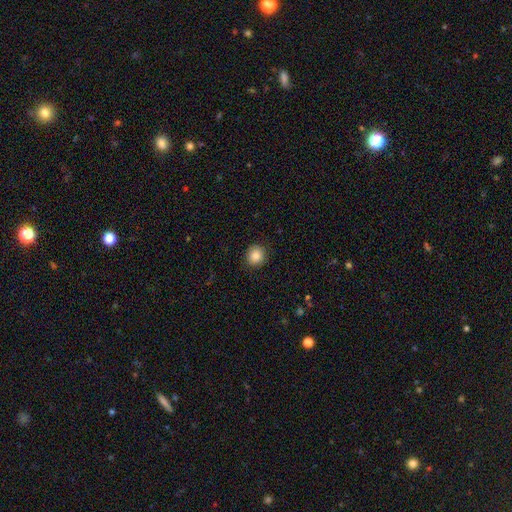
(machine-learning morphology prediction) type=smooth (86%); roundness=round (84%); merging=none (89%).